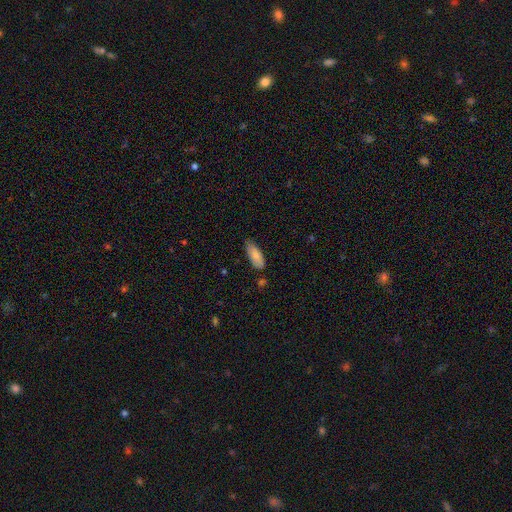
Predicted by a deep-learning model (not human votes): The model was most divided on "merging": none: 68%, minor disturbance: 26%, major disturbance: 4%, merger: 2%. More confident: smooth or featured — smooth (83%); how rounded — in between (74%).